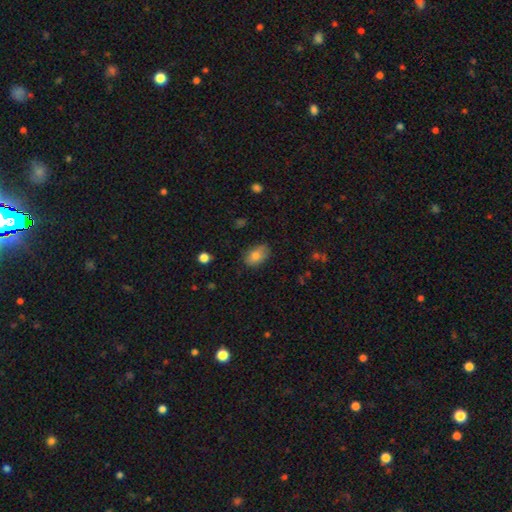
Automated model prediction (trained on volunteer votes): A smooth galaxy with no disk features (81%) that is in between round and cigar-shaped (87%).

Vote fractions:
- Smooth or featured? smooth: 81% / featured or disk: 11% / star or artifact: 8%
- How rounded? in between: 87% / round: 12% / cigar-shaped: 2%
- Merging? none: 73% / minor disturbance: 21% / major disturbance: 4% / merger: 2%